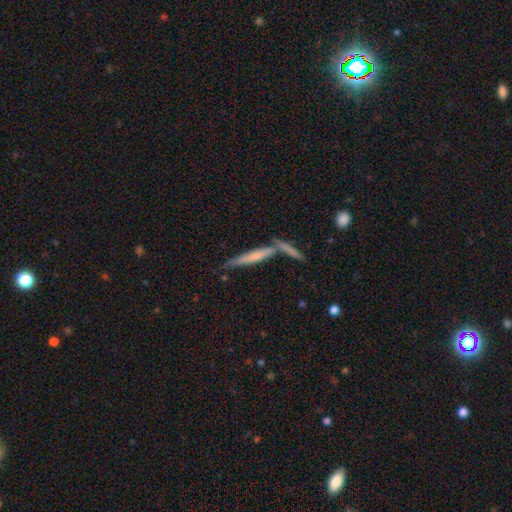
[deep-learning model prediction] A smooth galaxy with no disk features (49%).

Vote fractions:
- Smooth or featured? smooth: 49% / featured or disk: 44% / star or artifact: 8%
- Merging? none: 62% / merger: 23% / minor disturbance: 11% / major disturbance: 4%